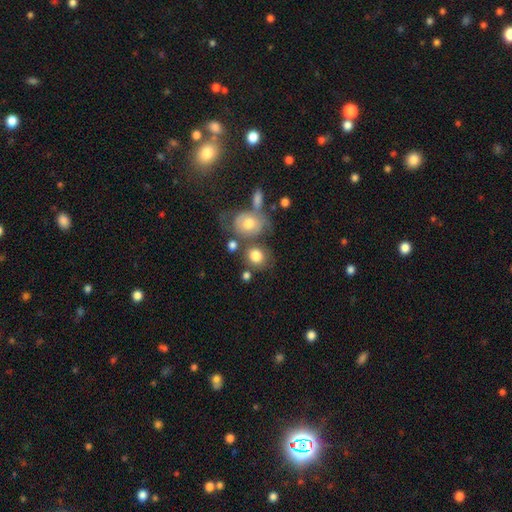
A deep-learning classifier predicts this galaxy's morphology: Smooth or featured: smooth — 75% (featured or disk — 17%)
How rounded: round — 68% (in between — 31%)
Merging: none — 51% (merger — 25%)